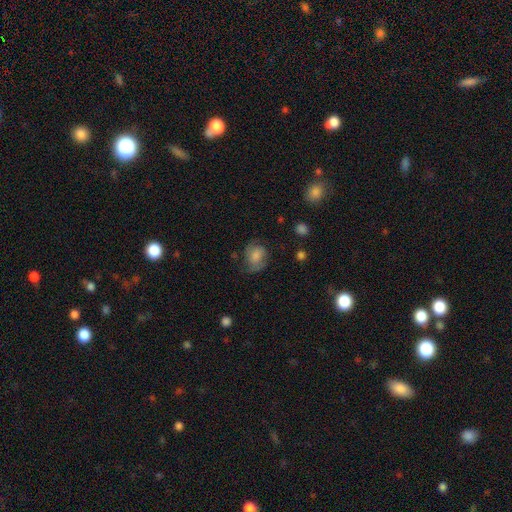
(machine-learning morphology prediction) Overall: smooth (52%; featured or disk 39%). How rounded: in between (51%; round 48%). Merging: none (55%; minor disturbance 27%).